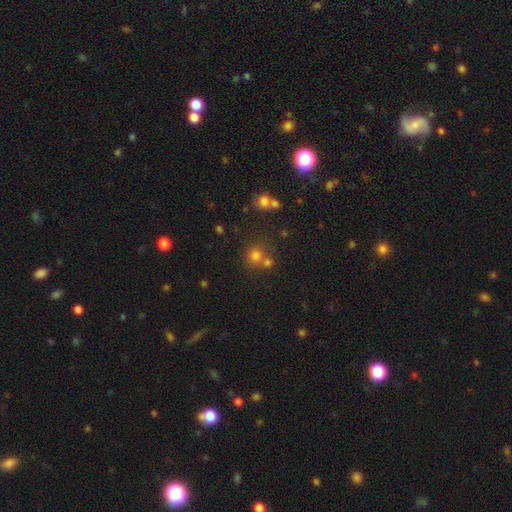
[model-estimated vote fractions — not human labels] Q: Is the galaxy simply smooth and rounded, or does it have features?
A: smooth — 71%.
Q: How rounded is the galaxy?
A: round — 86%.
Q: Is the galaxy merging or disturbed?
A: none — 55%.